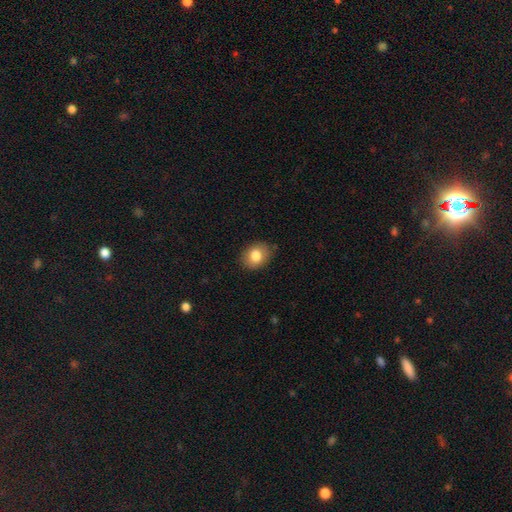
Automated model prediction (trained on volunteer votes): smooth 81%, featured or disk 10%, star or artifact 9%. Down the decision tree: how rounded — in between (56%); merging — none (83%).